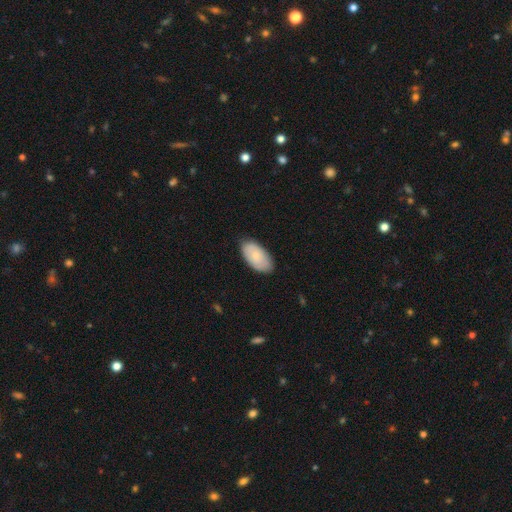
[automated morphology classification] smooth_or_featured: smooth (p=0.75) [alt: featured or disk p=0.19]
how_rounded: in between (p=0.95) [alt: round p=0.03]
merging: none (p=0.82) [alt: minor disturbance p=0.15]